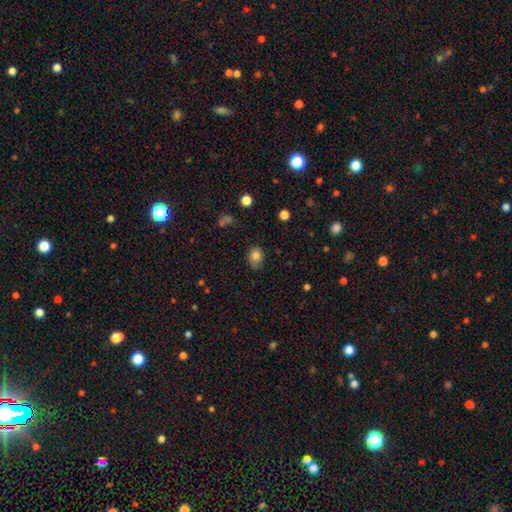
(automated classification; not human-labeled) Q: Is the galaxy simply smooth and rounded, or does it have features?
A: smooth — 81%.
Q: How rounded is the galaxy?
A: in between — 50%.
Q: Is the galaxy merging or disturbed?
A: none — 63%.